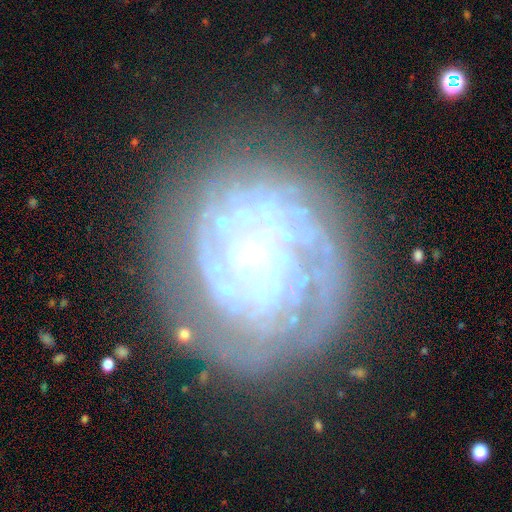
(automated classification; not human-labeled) This is likely a featured or disk galaxy (79%). It is clearly not viewed edge-on (97%). Bar: likely no (67%). Spiral arm pattern: likely yes (80%). Spiral arm count: possibly can't tell (46%). Spiral winding: likely tight (74%). Central bulge: likely small (69%). Merging: likely none (69%).